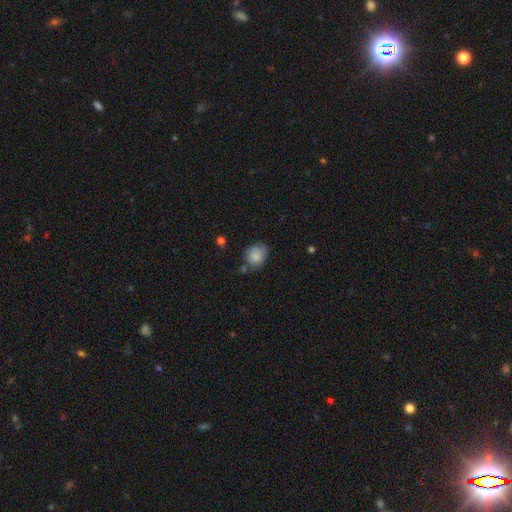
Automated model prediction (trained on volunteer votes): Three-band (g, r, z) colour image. It shows a smooth galaxy with no disk features (84%) that is round (67%). Merging: none (62%).